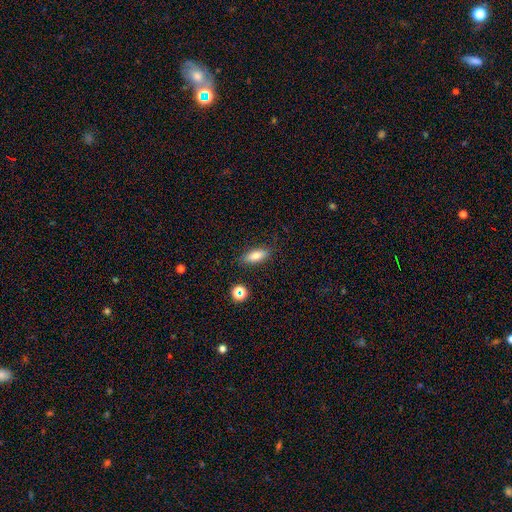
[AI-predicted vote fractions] Smooth or featured: smooth — 77% (featured or disk — 13%)
How rounded: in between — 72% (cigar-shaped — 24%)
Merging: none — 84% (minor disturbance — 11%)